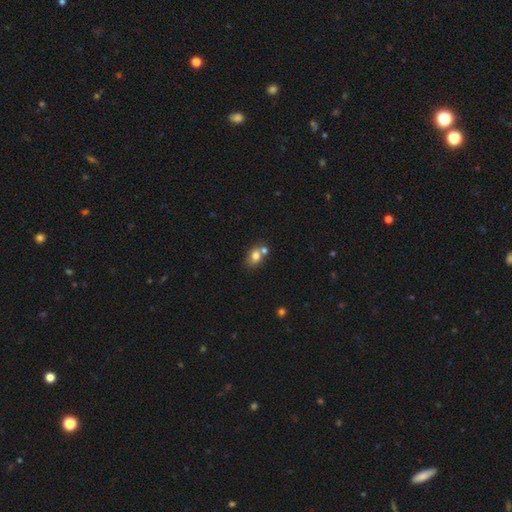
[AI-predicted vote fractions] Q: Smooth or featured?
A: smooth (77%); runner-up: featured or disk (13%)
Q: How rounded?
A: in between (61%); runner-up: round (38%)
Q: Merging?
A: none (46%); runner-up: merger (39%)